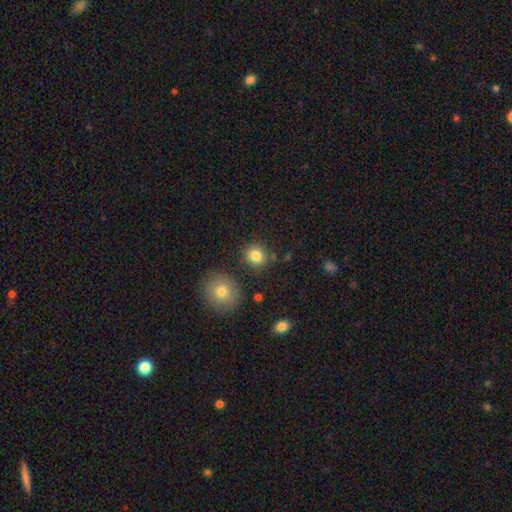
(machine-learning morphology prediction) smooth 84%, star or artifact 10%, featured or disk 6%. Down the decision tree: how rounded — round (84%); merging — none (83%).